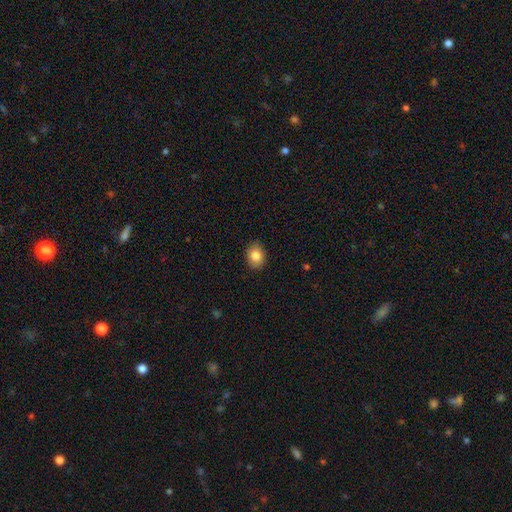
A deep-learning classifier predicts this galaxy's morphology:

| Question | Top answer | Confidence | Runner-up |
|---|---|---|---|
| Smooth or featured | smooth | 84% | star or artifact (8%) |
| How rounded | in between | 61% | round (38%) |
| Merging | none | 88% | minor disturbance (9%) |